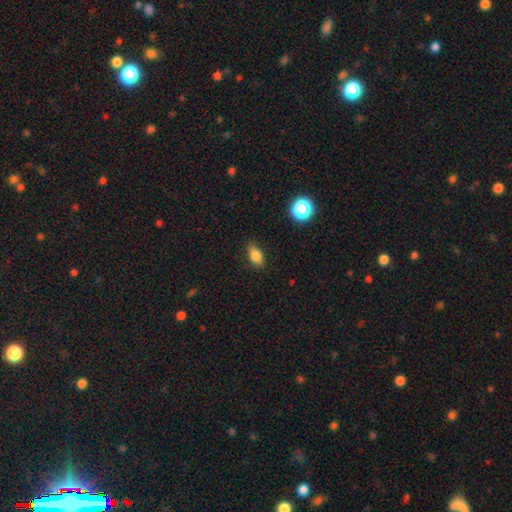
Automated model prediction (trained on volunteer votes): smooth_or_featured: smooth (p=0.80) [alt: star or artifact p=0.10]
how_rounded: in between (p=0.80) [alt: round p=0.13]
merging: none (p=0.75) [alt: minor disturbance p=0.20]